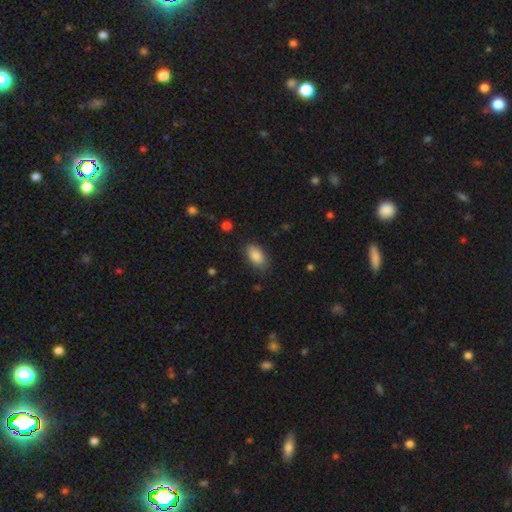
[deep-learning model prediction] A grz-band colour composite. It shows a smooth galaxy with no disk features (87%) that is in between round and cigar-shaped (92%). Merging: none (81%).